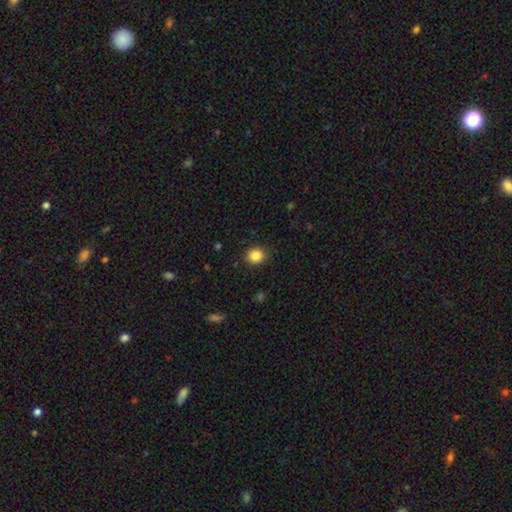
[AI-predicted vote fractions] This appears to be a smooth galaxy with no disk features (86%) that is round (79%). Merging: none (89%).